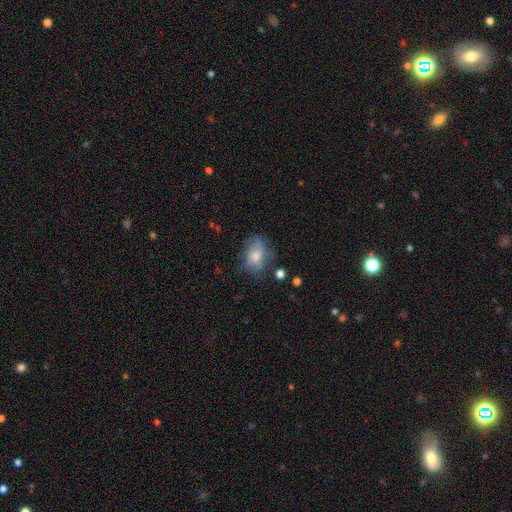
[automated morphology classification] A smooth galaxy with no disk features (67%) that is in between round and cigar-shaped (74%). Merging: none (49%).